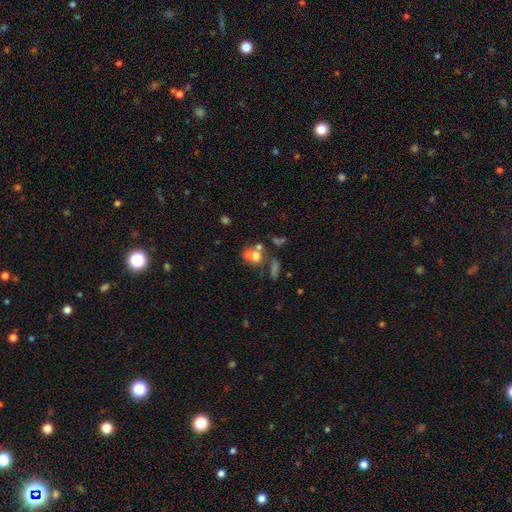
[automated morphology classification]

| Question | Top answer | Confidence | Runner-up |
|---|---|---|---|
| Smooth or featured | smooth | 55% | featured or disk (27%) |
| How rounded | round | 74% | in between (24%) |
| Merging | merger | 54% | none (32%) |